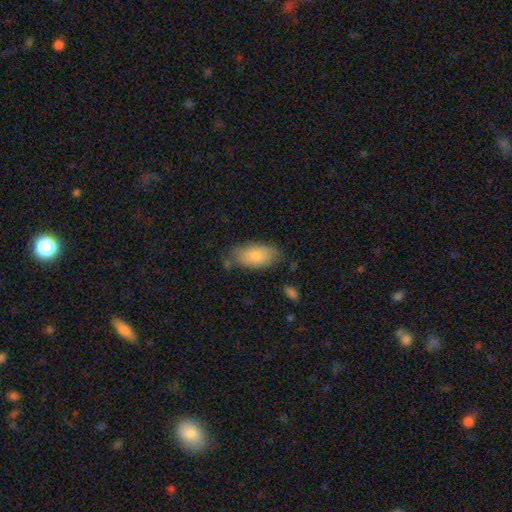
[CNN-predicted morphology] type=smooth (84%); roundness=in between (93%); merging=none (72%).